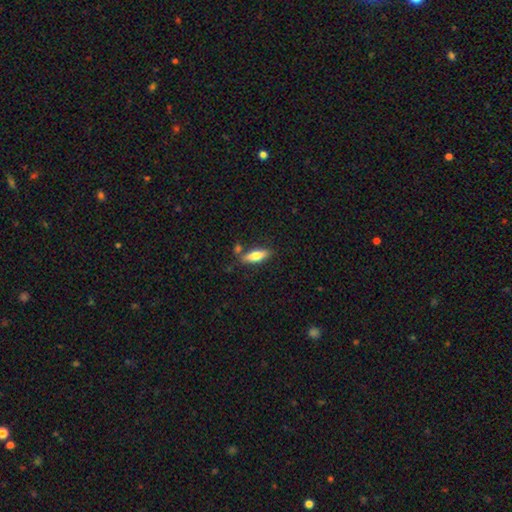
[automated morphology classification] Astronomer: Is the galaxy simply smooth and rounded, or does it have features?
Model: smooth — 70%.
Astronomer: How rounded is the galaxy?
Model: in between — 53% (runner-up: cigar-shaped, 45%).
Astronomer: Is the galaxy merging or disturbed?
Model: none — 77%.